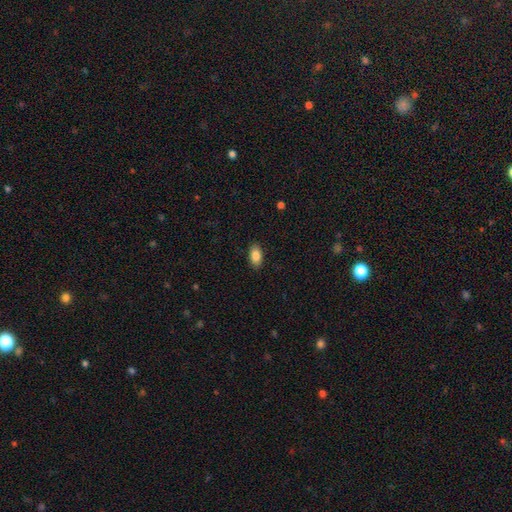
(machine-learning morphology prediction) Smooth or featured?
  - smooth: 86% *
  - star or artifact: 8%
  - featured or disk: 7%
How rounded?
  - in between: 92% *
  - round: 5%
  - cigar-shaped: 3%
Merging?
  - none: 88% *
  - minor disturbance: 9%
  - major disturbance: 2%
  - merger: 1%